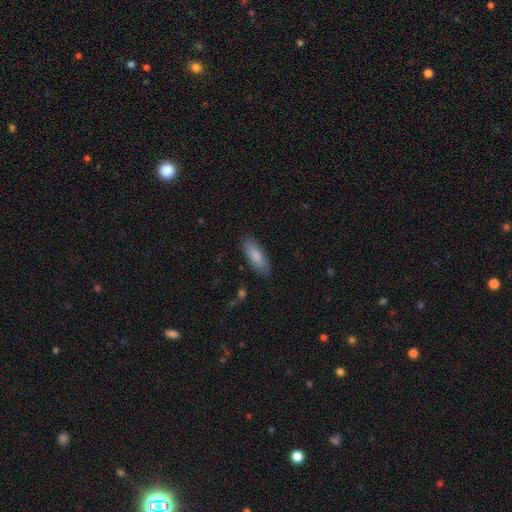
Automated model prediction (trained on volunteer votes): A smooth galaxy with no disk features (85%) that is in between round and cigar-shaped (66%).

Vote fractions:
- Smooth or featured? smooth: 85% / featured or disk: 9% / star or artifact: 6%
- How rounded? in between: 66% / cigar-shaped: 33% / round: 2%
- Merging? none: 85% / minor disturbance: 11% / major disturbance: 3% / merger: 1%